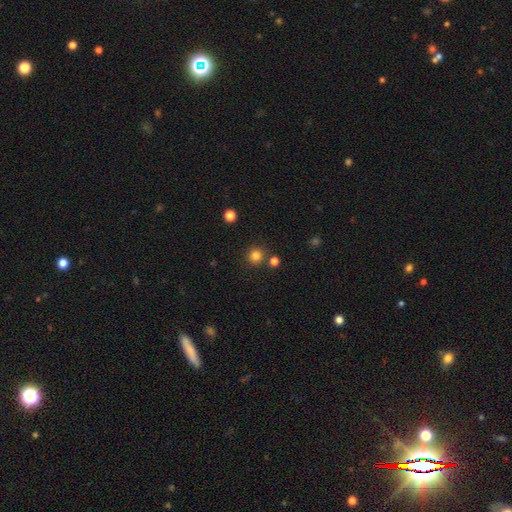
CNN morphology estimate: type=smooth (81%); roundness=round (93%); merging=none (84%).